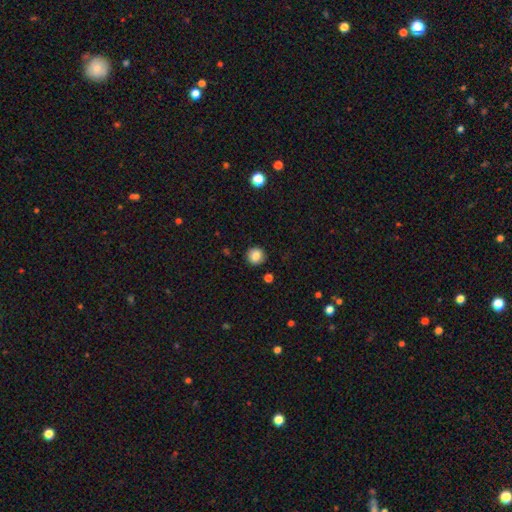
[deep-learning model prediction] Smooth or featured: smooth — 85% (star or artifact — 10%)
How rounded: round — 91% (in between — 8%)
Merging: none — 90% (minor disturbance — 7%)